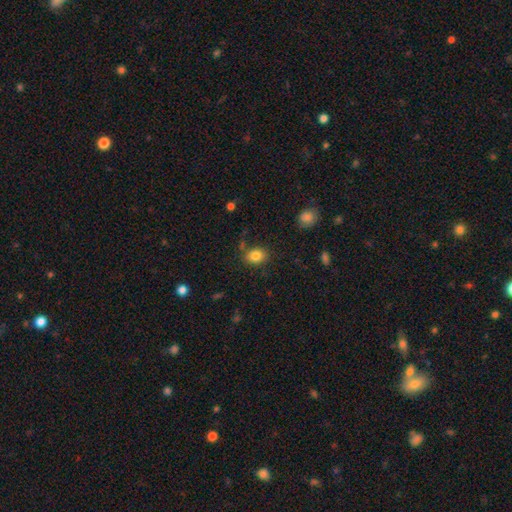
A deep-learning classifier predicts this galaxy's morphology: Smooth or featured? smooth (83%)
How rounded? in between (60%)
Merging? none (78%)